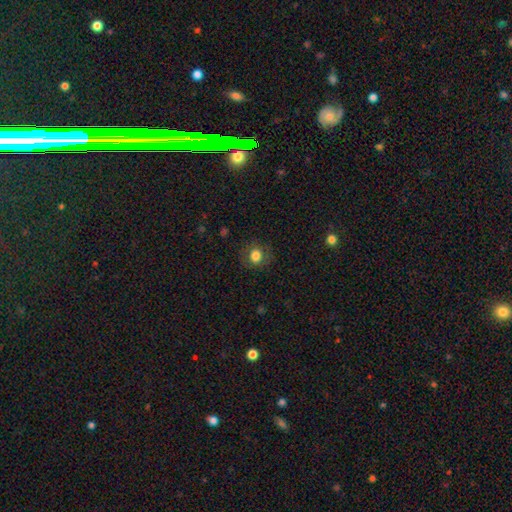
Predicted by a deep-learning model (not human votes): smooth_or_featured: smooth (p=0.79) [alt: featured or disk p=0.10]
how_rounded: round (p=0.74) [alt: in between p=0.25]
merging: none (p=0.83) [alt: minor disturbance p=0.11]